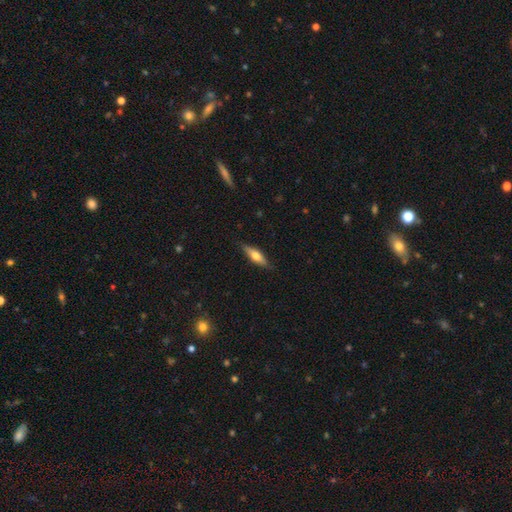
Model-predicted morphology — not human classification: smooth-or-featured: smooth: 52% | featured or disk: 42% | star or artifact: 6%
  how-rounded: cigar-shaped: 61% | in between: 36% | round: 2%
  merging: none: 85% | minor disturbance: 12% | major disturbance: 2% | merger: 1%